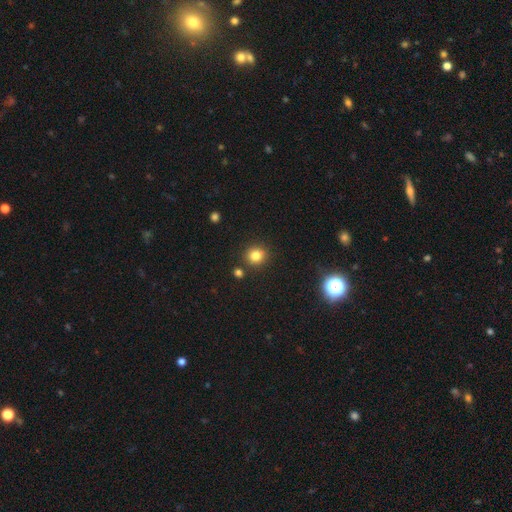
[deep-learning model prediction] Smooth or featured?
  - smooth: 81% *
  - star or artifact: 13%
  - featured or disk: 6%
How rounded?
  - round: 87% *
  - in between: 13%
  - cigar-shaped: 1%
Merging?
  - none: 85% *
  - minor disturbance: 7%
  - merger: 5%
  - major disturbance: 2%